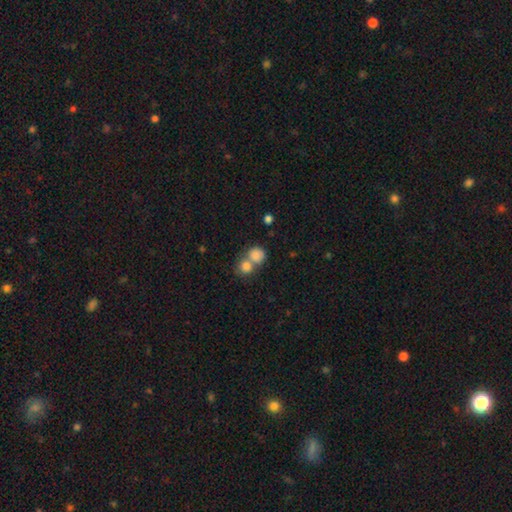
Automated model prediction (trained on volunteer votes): smooth_or_featured: smooth (p=0.83) [alt: star or artifact p=0.09]
how_rounded: round (p=0.81) [alt: in between p=0.18]
merging: merger (p=0.56) [alt: none p=0.34]